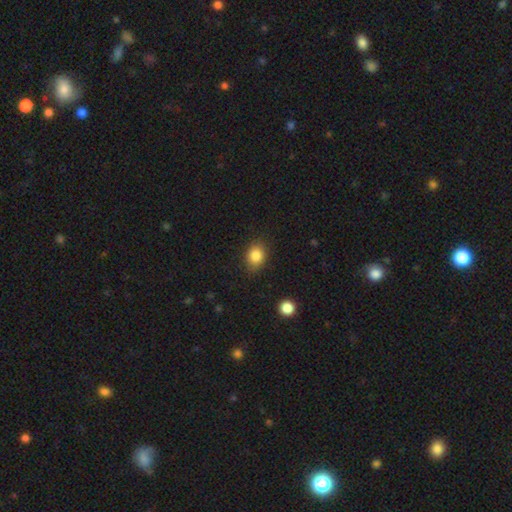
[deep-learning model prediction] Morphology: type=smooth (85%); roundness=in between (51%); merging=none (84%).